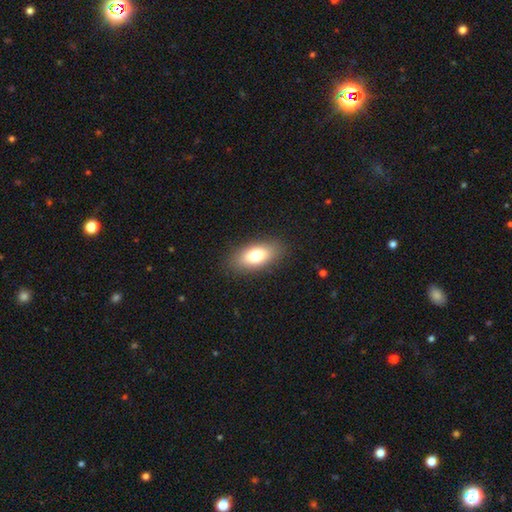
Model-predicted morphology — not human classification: Q: Smooth or featured?
A: smooth (76%); runner-up: featured or disk (16%)
Q: How rounded?
A: in between (87%); runner-up: cigar-shaped (8%)
Q: Merging?
A: none (88%); runner-up: minor disturbance (8%)